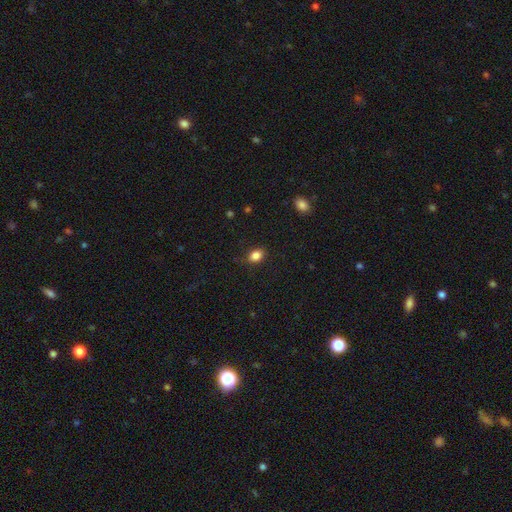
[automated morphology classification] smooth_or_featured: smooth (p=0.85) [alt: star or artifact p=0.10]
how_rounded: in between (p=0.69) [alt: round p=0.30]
merging: none (p=0.83) [alt: minor disturbance p=0.13]